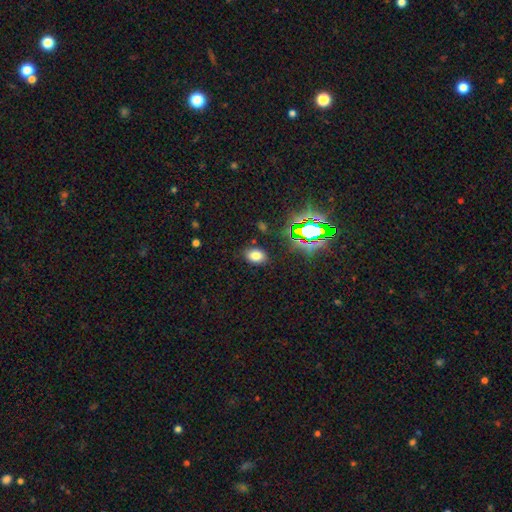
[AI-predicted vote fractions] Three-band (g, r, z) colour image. It shows a smooth galaxy with no disk features (73%) that is in between round and cigar-shaped (79%). Merging: none (85%).